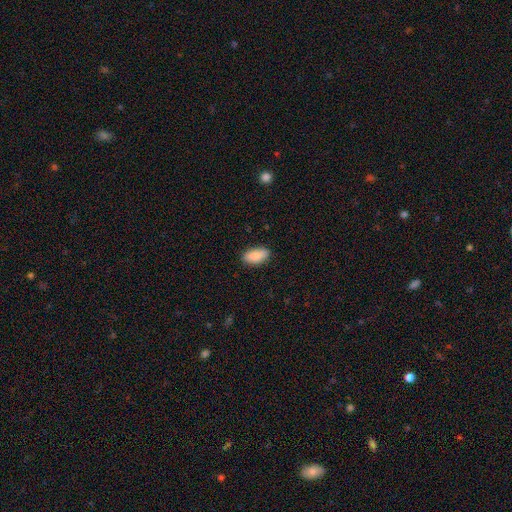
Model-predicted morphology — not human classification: This appears to be a smooth galaxy with no disk features (89%) that is in between round and cigar-shaped (91%). Merging: none (87%).